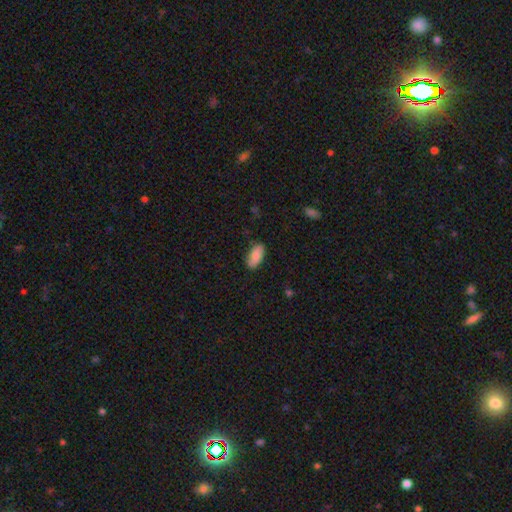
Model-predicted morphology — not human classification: Overall: smooth (80%). How rounded: in between (92%). Merging: none (80%).